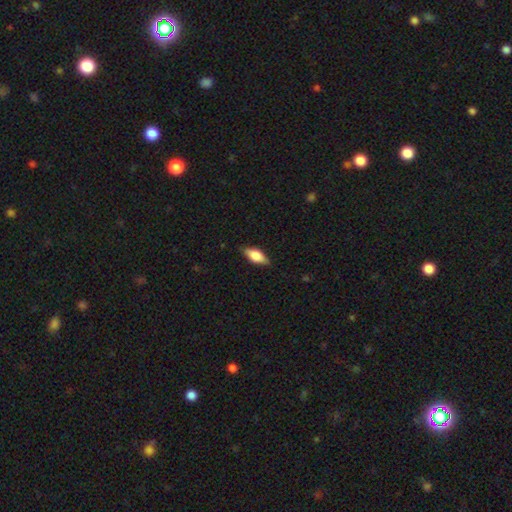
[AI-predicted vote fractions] Overall: smooth (65%; featured or disk 28%). How rounded: in between (80%). Merging: none (83%).